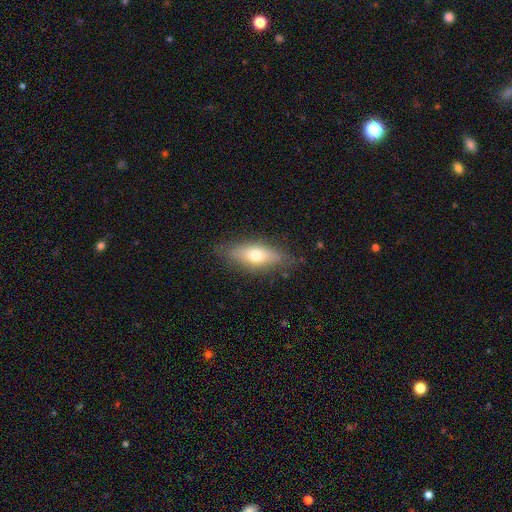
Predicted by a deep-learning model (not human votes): This appears to be a smooth galaxy with no disk features (63%) that is in between round and cigar-shaped (64%). Merging: none (81%).